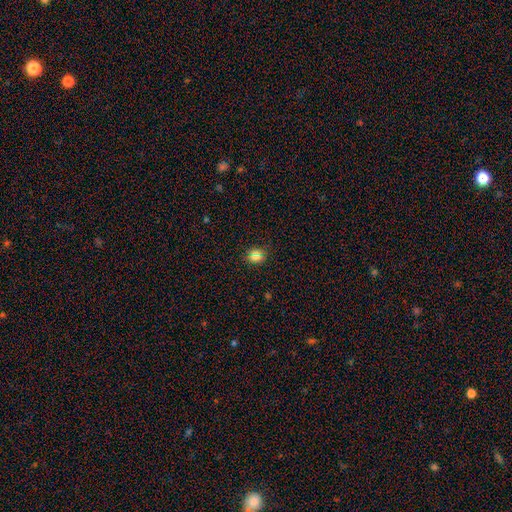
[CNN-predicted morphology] The model was most divided on "how rounded": round: 68%, in between: 30%, cigar-shaped: 2%. More confident: merging — none (81%); smooth or featured — smooth (75%).